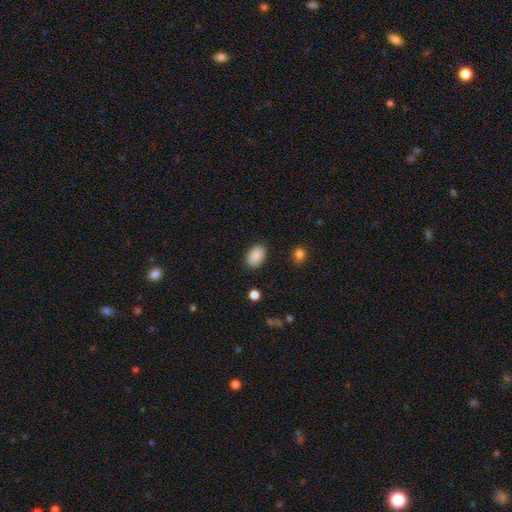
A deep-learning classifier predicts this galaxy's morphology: A smooth galaxy with no disk features (89%) that is in between round and cigar-shaped (88%).

Vote fractions:
- Smooth or featured? smooth: 89% / star or artifact: 8% / featured or disk: 3%
- How rounded? in between: 88% / round: 11% / cigar-shaped: 1%
- Merging? none: 86% / minor disturbance: 10% / major disturbance: 3% / merger: 1%